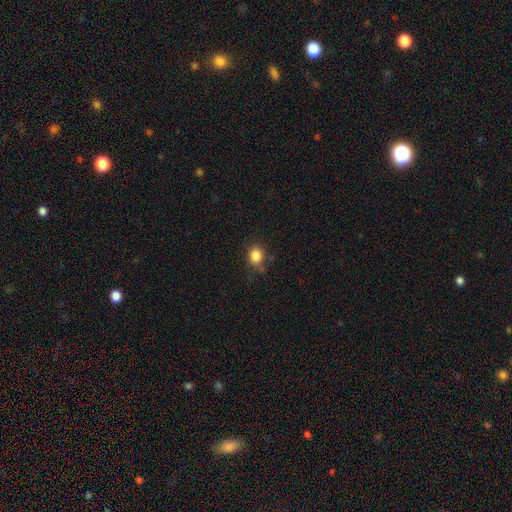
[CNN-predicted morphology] Smooth or featured: smooth — 84% (star or artifact — 11%)
How rounded: round — 67% (in between — 32%)
Merging: none — 74% (minor disturbance — 17%)